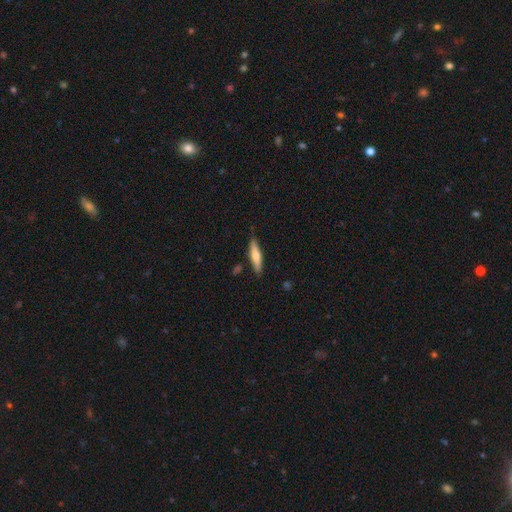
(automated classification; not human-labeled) Smooth or featured? Predicted: smooth (p=0.60). How rounded? Predicted: cigar-shaped (p=0.80). Merging? Predicted: none (p=0.85).